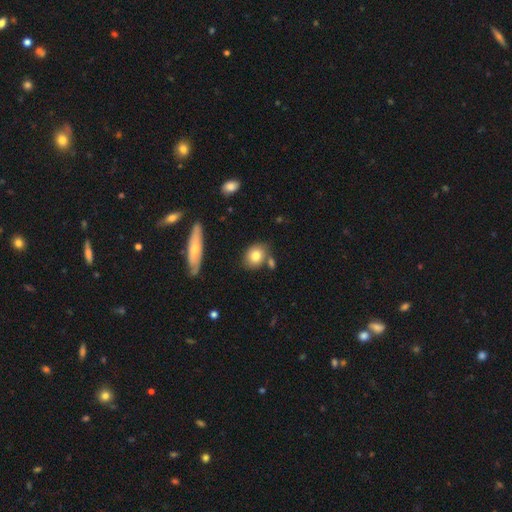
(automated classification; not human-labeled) Q: Smooth or featured?
A: smooth (79%); runner-up: featured or disk (13%)
Q: How rounded?
A: round (61%); runner-up: in between (36%)
Q: Merging?
A: none (71%); runner-up: merger (14%)